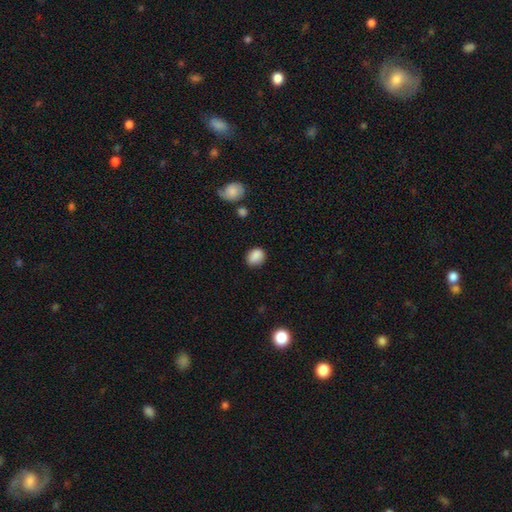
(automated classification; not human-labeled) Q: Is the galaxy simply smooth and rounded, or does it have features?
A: smooth — 87%.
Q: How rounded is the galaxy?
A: in between — 58%.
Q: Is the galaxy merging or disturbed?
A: none — 81%.